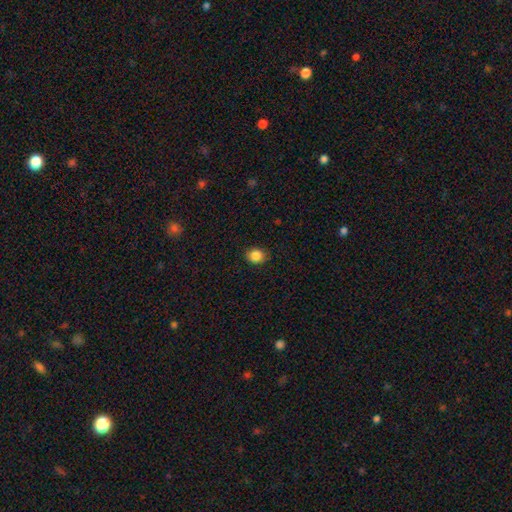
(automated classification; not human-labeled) Smooth or featured: smooth — 86% (star or artifact — 10%)
How rounded: round — 69% (in between — 30%)
Merging: none — 85% (minor disturbance — 11%)